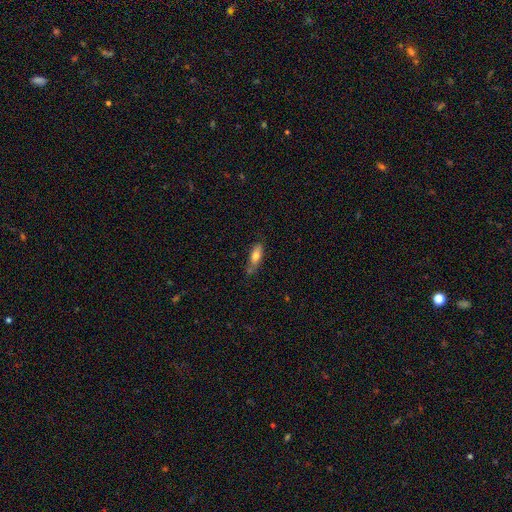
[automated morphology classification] Smooth or featured? smooth (72%)
How rounded? in between (64%)
Merging? none (61%)